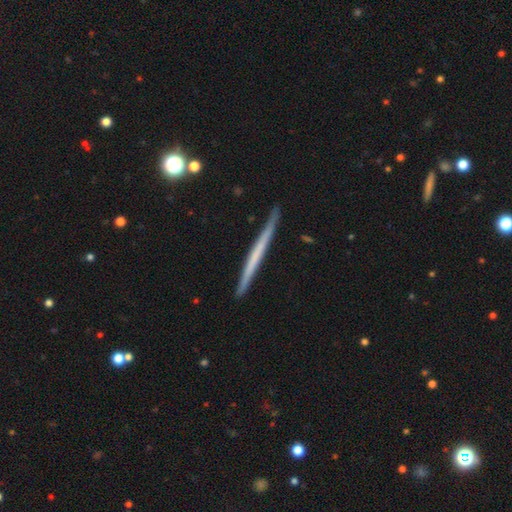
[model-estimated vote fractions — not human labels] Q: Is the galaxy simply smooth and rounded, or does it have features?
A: featured or disk — 53%.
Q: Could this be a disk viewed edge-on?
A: yes — 97%.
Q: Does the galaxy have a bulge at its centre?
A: none — 91%.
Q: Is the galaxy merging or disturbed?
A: none — 90%.